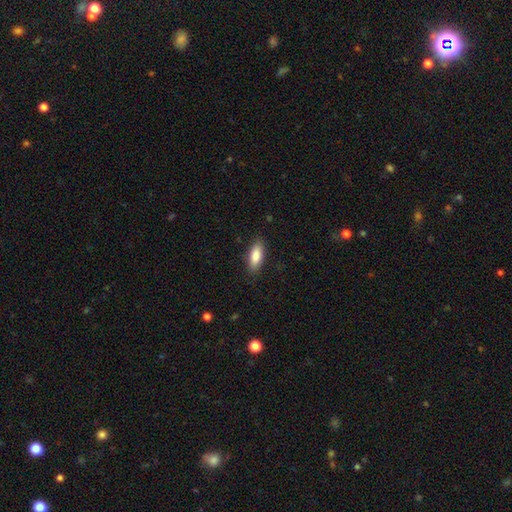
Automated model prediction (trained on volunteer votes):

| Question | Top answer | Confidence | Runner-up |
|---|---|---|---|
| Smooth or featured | smooth | 85% | featured or disk (9%) |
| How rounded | in between | 76% | cigar-shaped (22%) |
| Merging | none | 86% | minor disturbance (11%) |